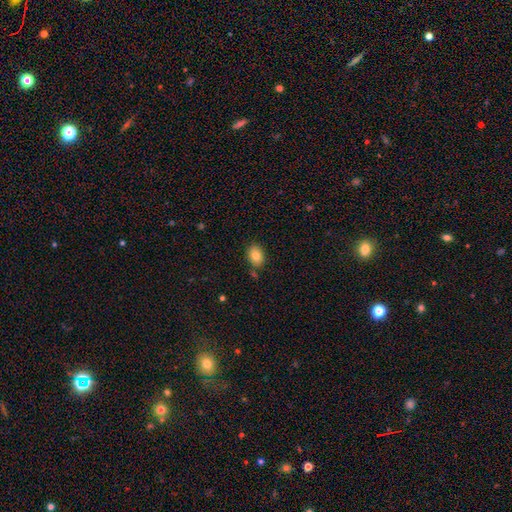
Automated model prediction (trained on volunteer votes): smooth 83%, featured or disk 9%, star or artifact 9%. Down the decision tree: how rounded — in between (75%); merging — none (80%).